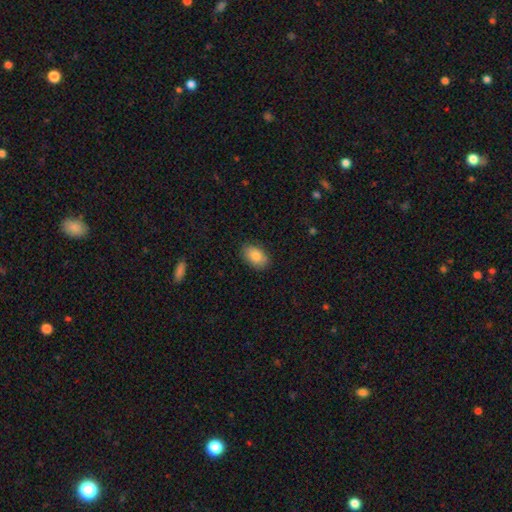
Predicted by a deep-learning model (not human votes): A smooth galaxy with no disk features (84%) that is in between round and cigar-shaped (89%). Merging: none (85%).